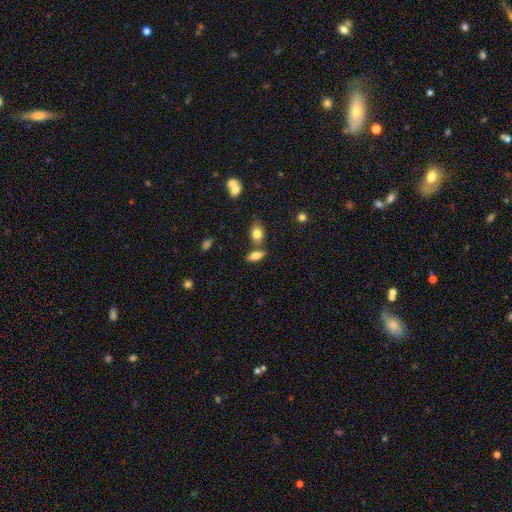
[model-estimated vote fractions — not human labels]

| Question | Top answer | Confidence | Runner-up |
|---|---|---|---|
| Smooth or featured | smooth | 70% | featured or disk (20%) |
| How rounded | in between | 75% | cigar-shaped (19%) |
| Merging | none | 63% | merger (21%) |